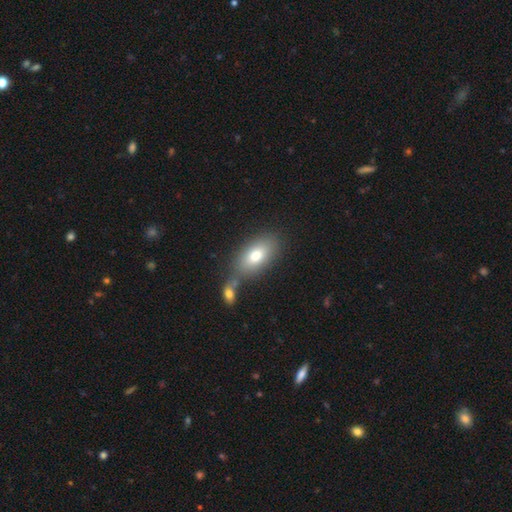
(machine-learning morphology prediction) This appears to be a smooth galaxy with no disk features (75%) that is in between round and cigar-shaped (90%). Merging: none (55%).